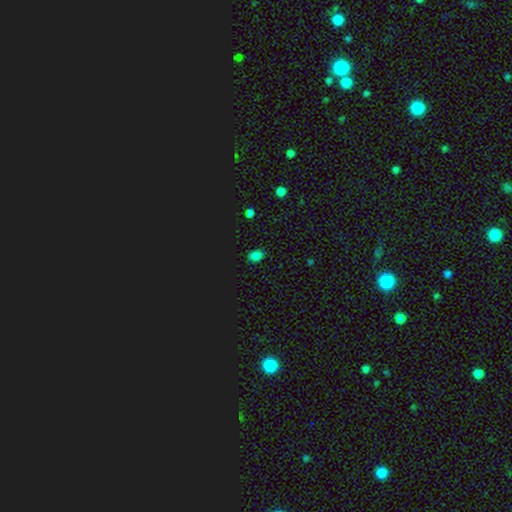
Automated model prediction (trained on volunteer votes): Smooth or featured?
  - smooth: 69% *
  - star or artifact: 26%
  - featured or disk: 4%
How rounded?
  - in between: 57% *
  - round: 41%
  - cigar-shaped: 1%
Merging?
  - none: 83% *
  - minor disturbance: 13%
  - major disturbance: 3%
  - merger: 2%